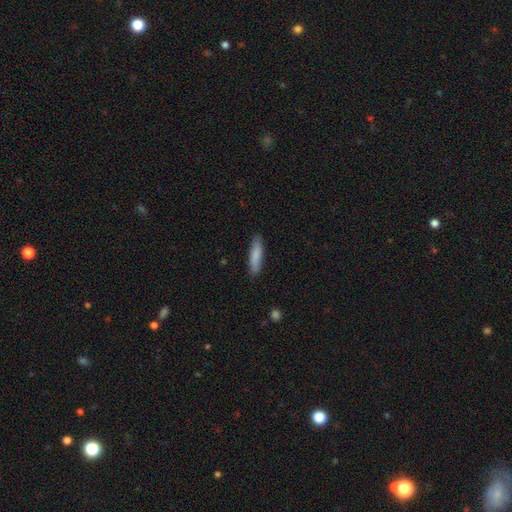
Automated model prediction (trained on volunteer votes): Smooth or featured?
  - smooth: 84% *
  - featured or disk: 11%
  - star or artifact: 6%
How rounded?
  - cigar-shaped: 73% *
  - in between: 25%
  - round: 1%
Merging?
  - none: 86% *
  - minor disturbance: 11%
  - major disturbance: 2%
  - merger: 1%